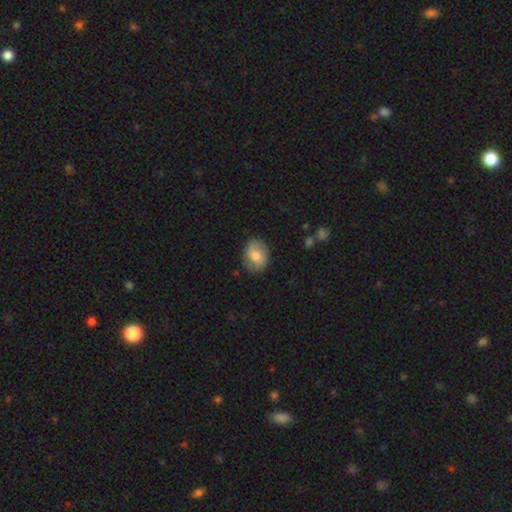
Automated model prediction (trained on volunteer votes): Smooth or featured?
  - smooth: 74% *
  - featured or disk: 19%
  - star or artifact: 7%
How rounded?
  - in between: 58% *
  - round: 41%
  - cigar-shaped: 1%
Merging?
  - none: 80% *
  - minor disturbance: 15%
  - major disturbance: 4%
  - merger: 1%